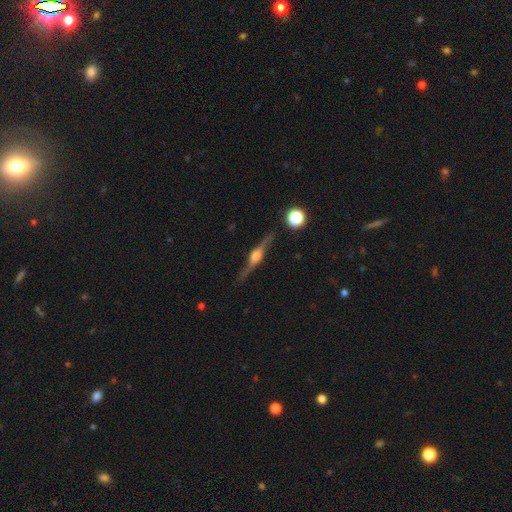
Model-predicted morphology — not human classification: type=featured or disk (82%); edge-on=yes (96%); edge-on bulge=rounded (87%); merging=none (85%).